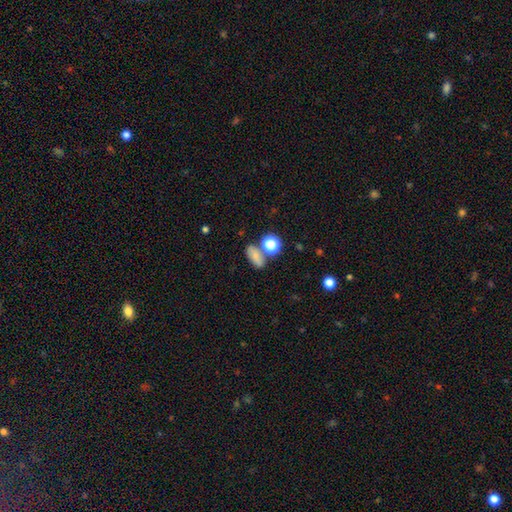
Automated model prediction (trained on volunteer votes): Smooth or featured?
  - smooth: 74% *
  - star or artifact: 15%
  - featured or disk: 11%
How rounded?
  - in between: 73% *
  - round: 20%
  - cigar-shaped: 8%
Merging?
  - none: 59% *
  - merger: 21%
  - minor disturbance: 14%
  - major disturbance: 6%